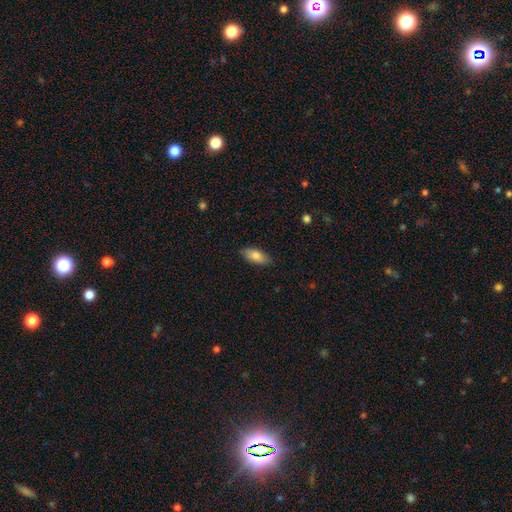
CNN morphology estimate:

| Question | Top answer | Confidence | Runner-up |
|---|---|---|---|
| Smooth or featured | smooth | 81% | featured or disk (12%) |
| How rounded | in between | 83% | cigar-shaped (15%) |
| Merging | none | 85% | minor disturbance (12%) |